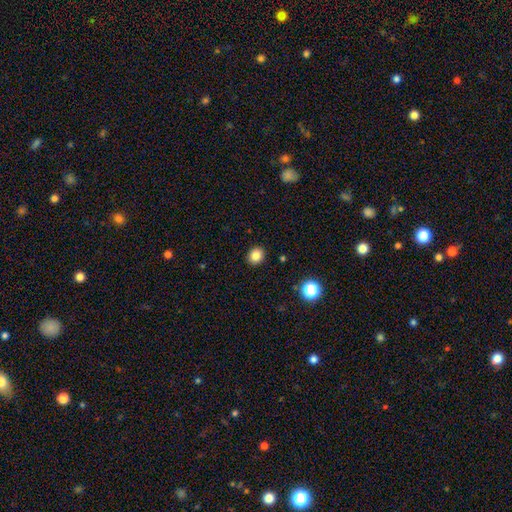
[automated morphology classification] Smooth or featured: smooth — 84% (star or artifact — 11%)
How rounded: round — 66% (in between — 34%)
Merging: none — 90% (minor disturbance — 6%)